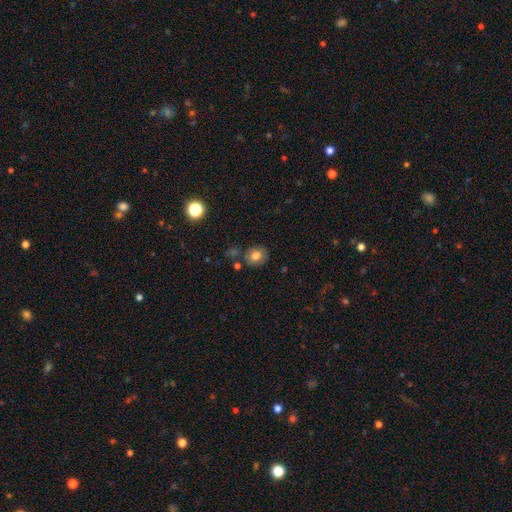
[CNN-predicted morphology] This is likely a smooth galaxy (77%). How rounded: likely round (61%). Merging: likely none (77%).